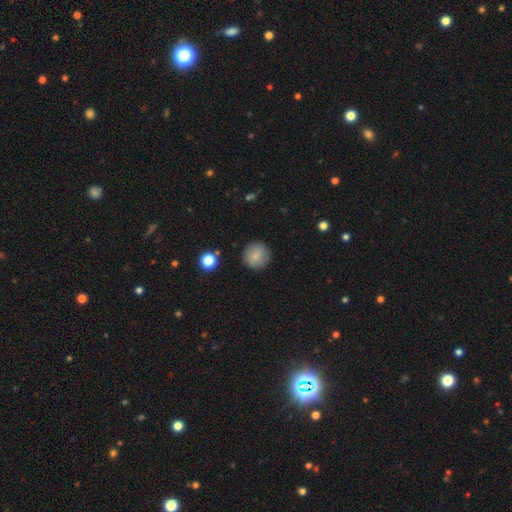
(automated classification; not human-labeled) The model was most divided on "smooth or featured": smooth: 82%, featured or disk: 10%, star or artifact: 8%. More confident: how rounded — round (95%); merging — none (89%).